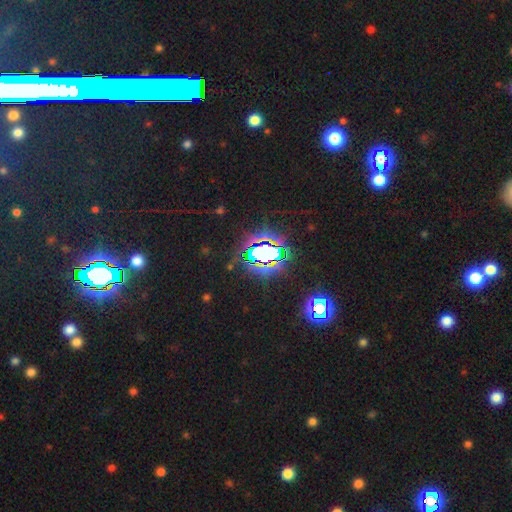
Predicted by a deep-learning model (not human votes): smooth-or-featured: star or artifact: 80% | smooth: 12% | featured or disk: 8%